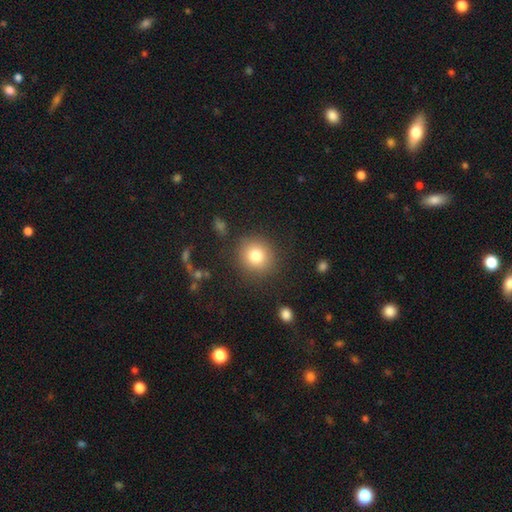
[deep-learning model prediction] Smooth or featured? Predicted: smooth (p=0.80). How rounded? Predicted: round (p=0.87). Merging? Predicted: none (p=0.87).